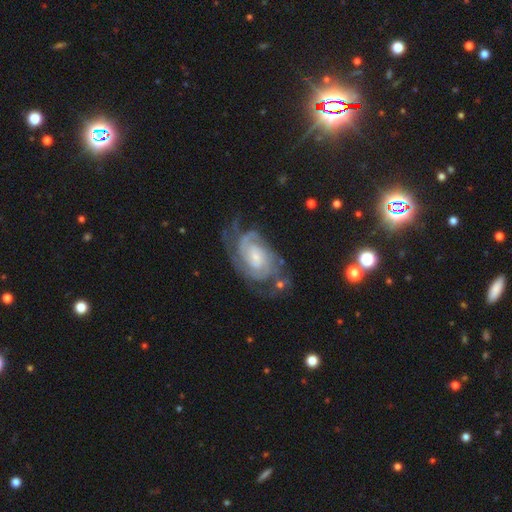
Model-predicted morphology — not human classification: This appears to be a featured or disk galaxy (86%) with no bar (57%), 2 (42%) tight (62%) spiral arms (97%) and a small central bulge (59%). Merging: none (64%).